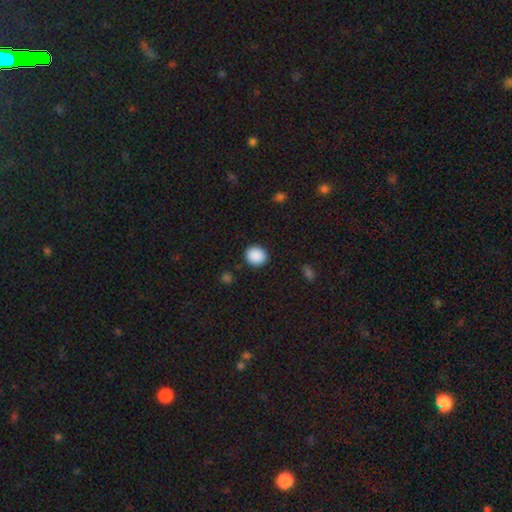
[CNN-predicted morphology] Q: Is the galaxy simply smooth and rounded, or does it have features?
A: smooth — 90%.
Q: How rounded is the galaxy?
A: round — 83%.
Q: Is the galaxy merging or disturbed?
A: none — 90%.